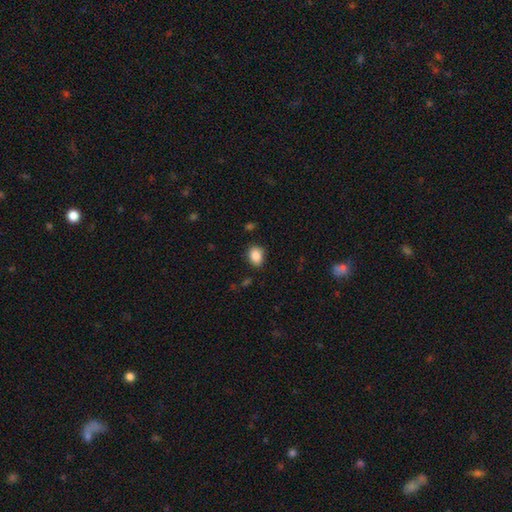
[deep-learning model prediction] This appears to be a smooth galaxy with no disk features (88%) that is in between round and cigar-shaped (62%). Merging: none (85%).